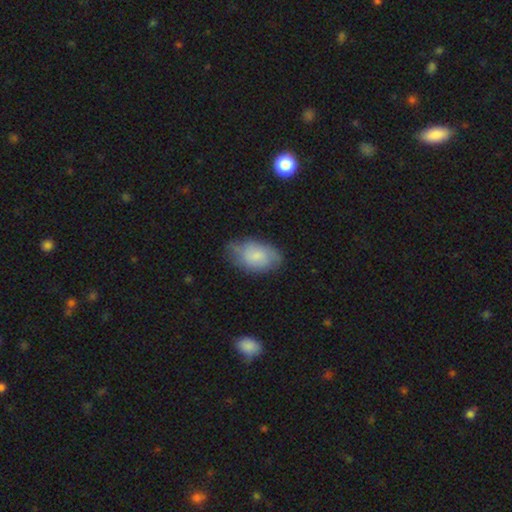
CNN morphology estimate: smooth-or-featured: smooth: 67% | featured or disk: 26% | star or artifact: 7%
  how-rounded: in between: 91% | round: 8% | cigar-shaped: 2%
  merging: none: 60% | minor disturbance: 30% | major disturbance: 8% | merger: 2%